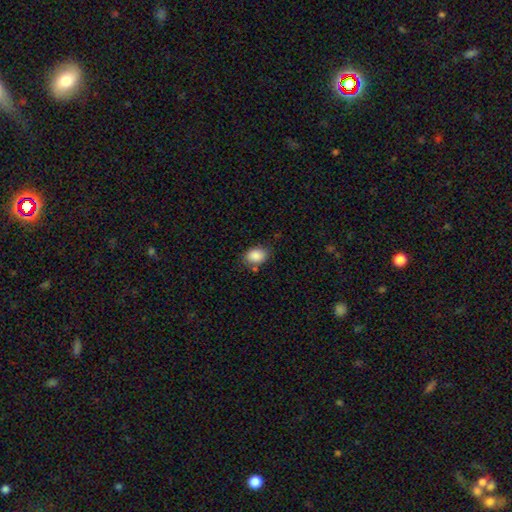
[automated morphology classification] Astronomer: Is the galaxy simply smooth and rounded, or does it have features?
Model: smooth — 87%.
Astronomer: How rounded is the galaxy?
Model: in between — 68%.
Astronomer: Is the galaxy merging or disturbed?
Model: none — 73%.